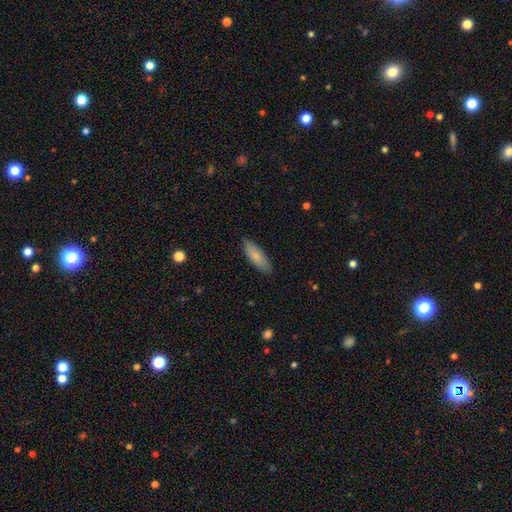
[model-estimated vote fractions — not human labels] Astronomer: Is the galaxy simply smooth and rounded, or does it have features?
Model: smooth — 80%.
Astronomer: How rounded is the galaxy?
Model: in between — 62%.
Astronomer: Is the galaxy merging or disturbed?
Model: none — 86%.